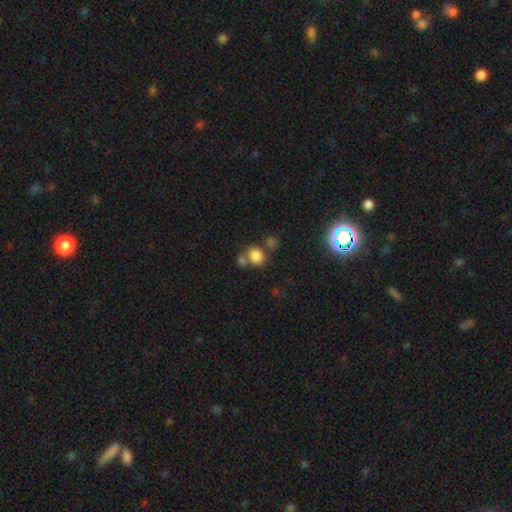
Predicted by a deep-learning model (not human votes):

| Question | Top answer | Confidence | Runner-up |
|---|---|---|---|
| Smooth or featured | smooth | 81% | star or artifact (12%) |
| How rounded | round | 68% | in between (31%) |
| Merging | none | 55% | merger (29%) |